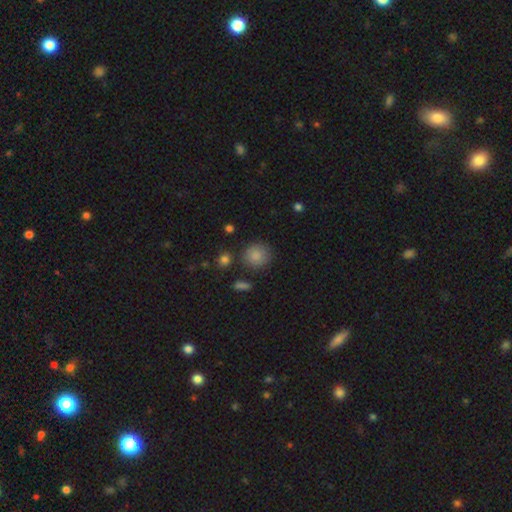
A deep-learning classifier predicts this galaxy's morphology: A smooth galaxy with no disk features (85%) that is round (87%). Merging: none (81%).